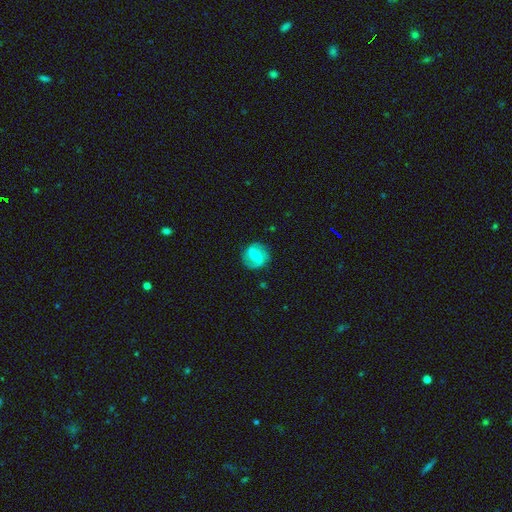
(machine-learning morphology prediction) The model was most divided on "bulge size": moderate: 43%, small: 41%, none: 10%, large: 5%, dominant: 1%. Remaining: edge-on disk — no (96%); spiral arm count — 2 (86%); spiral arms — yes (83%); merging — none (83%); smooth or featured — featured or disk (69%); bar — strong (53%); spiral winding — medium (43%).